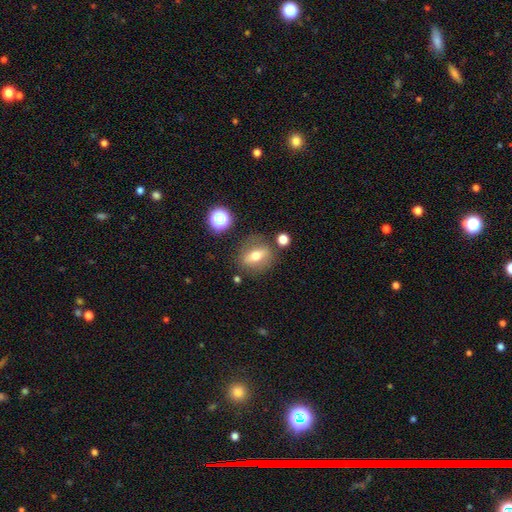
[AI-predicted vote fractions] Morphology: type=smooth (53%); roundness=in between (56%); merging=none (77%).